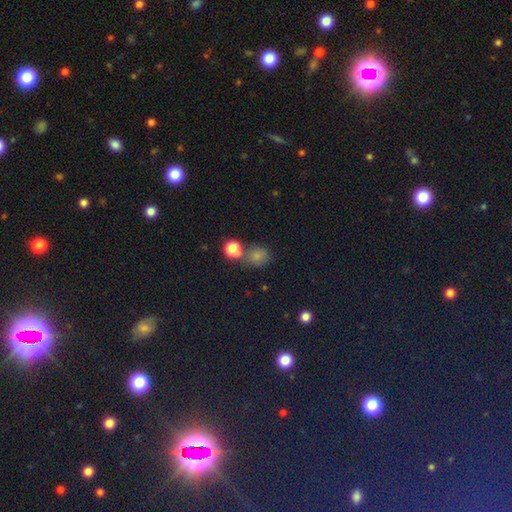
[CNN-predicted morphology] Overall: smooth (71%). How rounded: round (79%). Merging: none (58%; merger 25%).